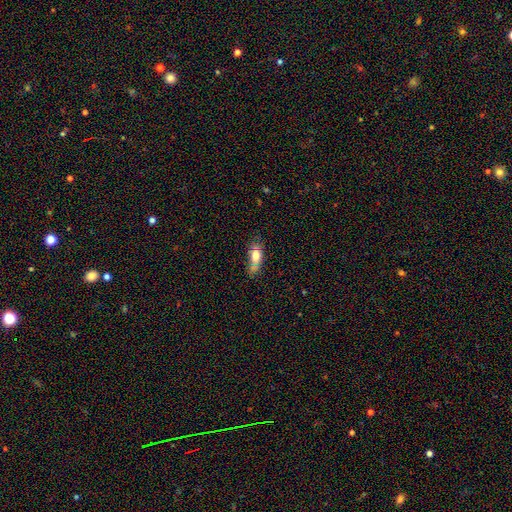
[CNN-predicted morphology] Smooth or featured? smooth (71%)
How rounded? in between (76%)
Merging? none (47%)